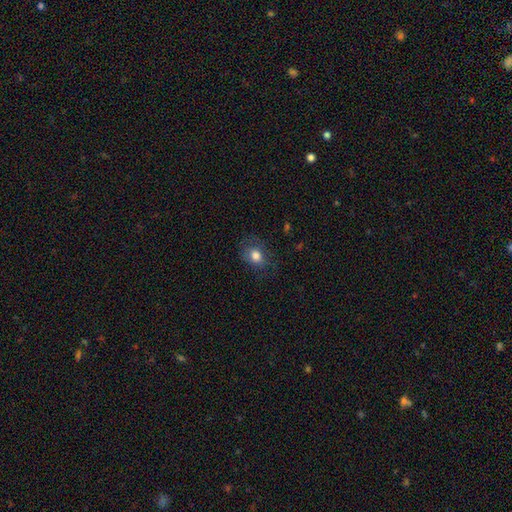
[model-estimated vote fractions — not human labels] This is clearly a smooth galaxy (80%). How rounded: possibly in between (53%). Merging: likely none (72%).